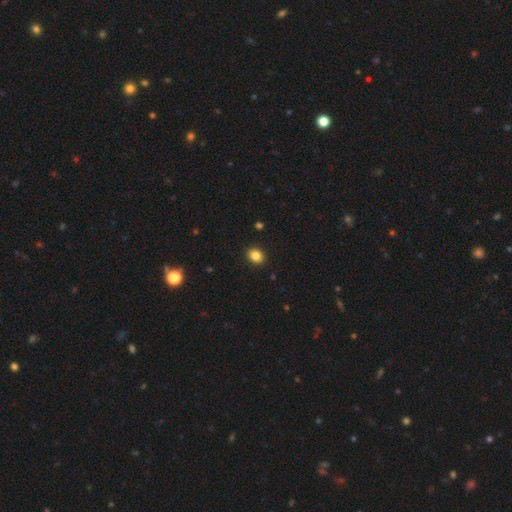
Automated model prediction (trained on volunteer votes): A smooth galaxy with no disk features (85%) that is in between round and cigar-shaped (50%).

Vote fractions:
- Smooth or featured? smooth: 85% / star or artifact: 10% / featured or disk: 5%
- How rounded? in between: 50% / round: 49% / cigar-shaped: 1%
- Merging? none: 91% / minor disturbance: 7% / major disturbance: 2% / merger: 1%